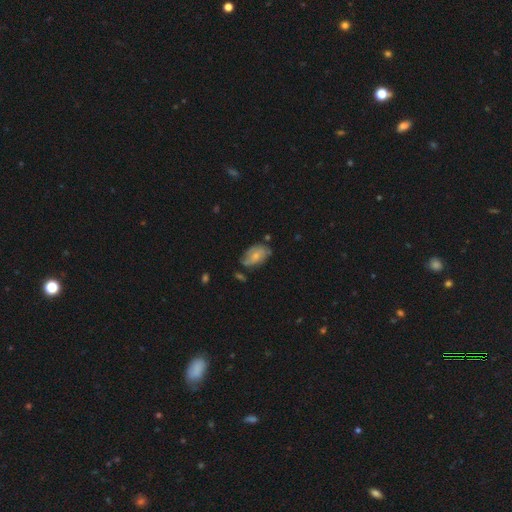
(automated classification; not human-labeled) smooth-or-featured: smooth: 54% | featured or disk: 38% | star or artifact: 7%
  how-rounded: in between: 90% | round: 8% | cigar-shaped: 2%
  merging: none: 51% | minor disturbance: 33% | major disturbance: 10% | merger: 6%